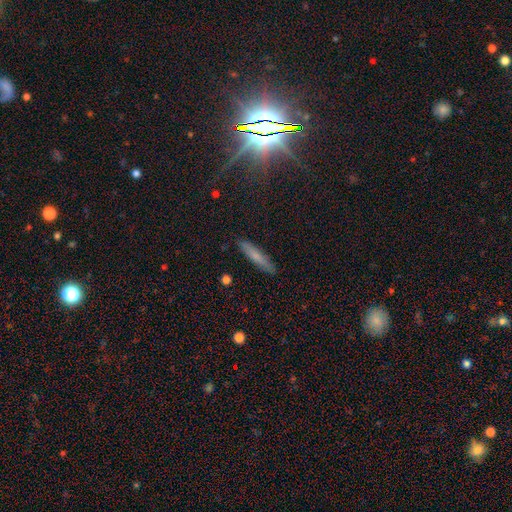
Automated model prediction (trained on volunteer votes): Smooth or featured: smooth — 68% (featured or disk — 24%)
How rounded: cigar-shaped — 90% (in between — 8%)
Merging: none — 89% (minor disturbance — 9%)